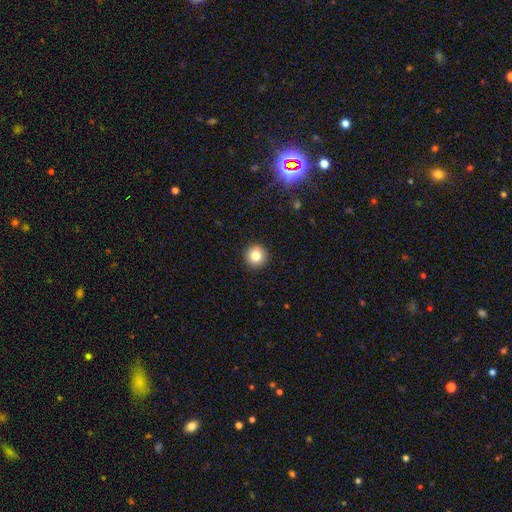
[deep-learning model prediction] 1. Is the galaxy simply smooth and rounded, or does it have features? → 81% smooth, 11% star or artifact, 8% featured or disk.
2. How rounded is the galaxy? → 96% round, 3% in between, 1% cigar-shaped.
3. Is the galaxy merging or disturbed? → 93% none, 5% minor disturbance, 2% major disturbance, 1% merger.